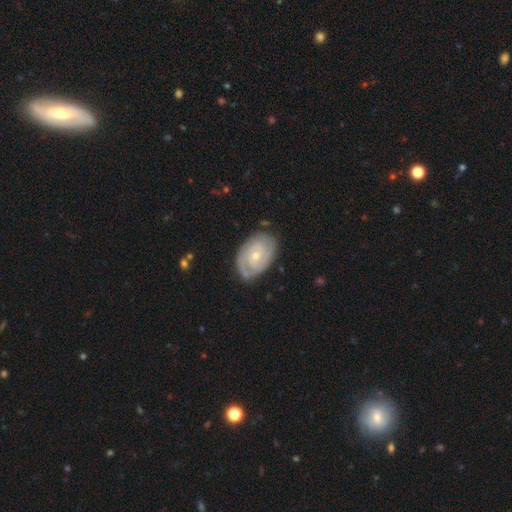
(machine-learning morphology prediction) smooth-or-featured: featured or disk: 79% | smooth: 16% | star or artifact: 5%
  disk-edge-on: no: 96% | yes: 4%
    bar: no: 68% | weak: 27% | strong: 5%
    has-spiral-arms: yes: 91% | no: 9%
      spiral-winding: tight: 68% | medium: 25% | loose: 7%
      spiral-arm-count: 2: 47% | can't tell: 28% | 3: 12% | 1: 8% | 4: 3% | more than 4: 3%
    bulge-size: small: 61% | moderate: 36% | none: 1% | large: 1% | dominant: 1%
  merging: none: 73% | minor disturbance: 20% | major disturbance: 5% | merger: 2%